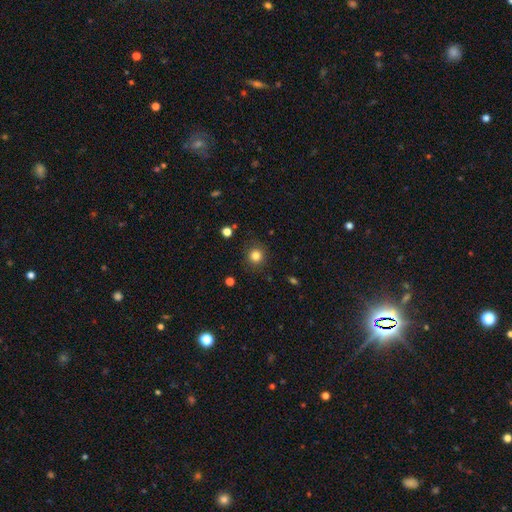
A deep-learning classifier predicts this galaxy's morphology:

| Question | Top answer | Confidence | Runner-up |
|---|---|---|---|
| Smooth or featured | smooth | 83% | star or artifact (12%) |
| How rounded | round | 91% | in between (8%) |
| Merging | none | 89% | minor disturbance (7%) |